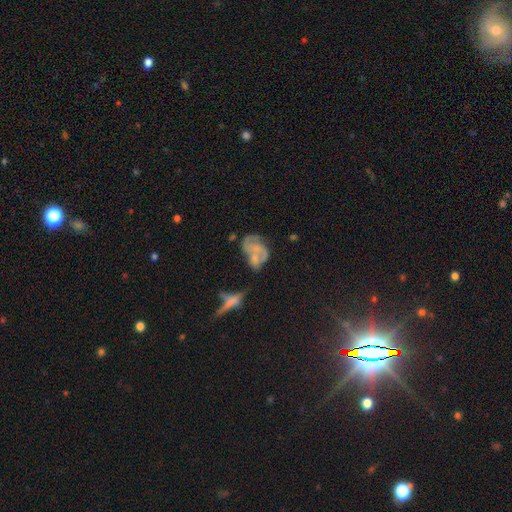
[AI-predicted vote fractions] A featured or disk galaxy (52%). Merging: none (32%).